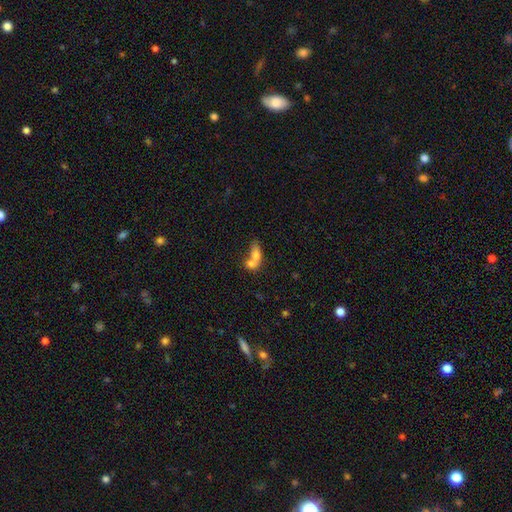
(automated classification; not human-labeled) Overall: smooth (71%). How rounded: in between (73%). Merging: merger (71%).